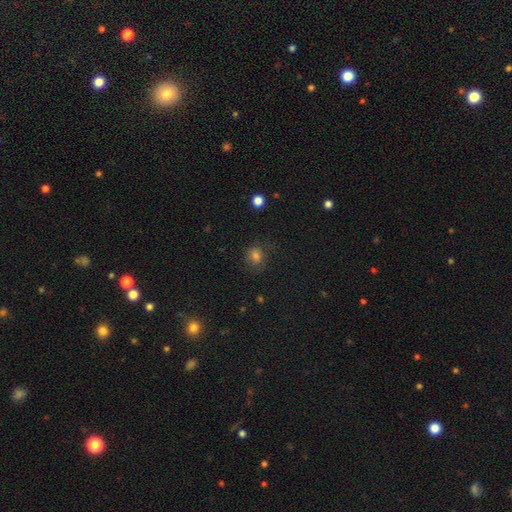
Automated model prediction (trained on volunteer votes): Smooth or featured? smooth (74%)
How rounded? round (75%)
Merging? none (74%)